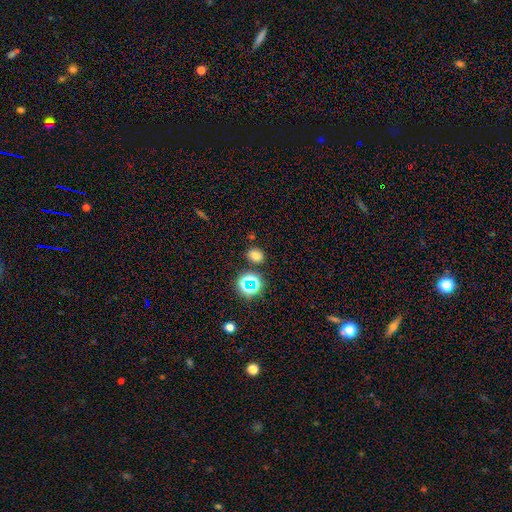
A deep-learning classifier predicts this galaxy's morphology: A smooth galaxy with no disk features (71%) that is in between round and cigar-shaped (54%). Merging: none (81%).